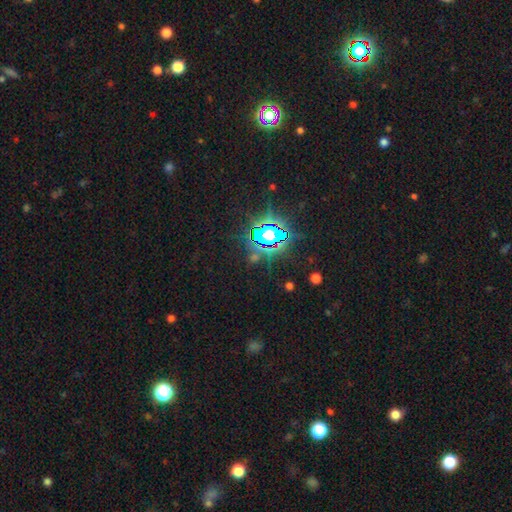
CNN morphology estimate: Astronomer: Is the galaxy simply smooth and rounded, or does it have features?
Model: star or artifact — 80%.